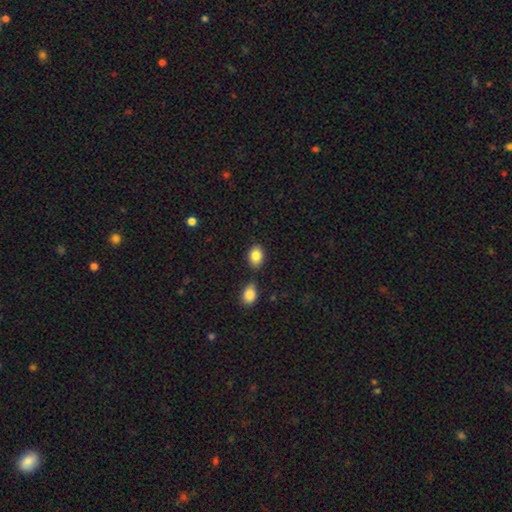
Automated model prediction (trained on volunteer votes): Smooth or featured: smooth — 86% (star or artifact — 8%)
How rounded: in between — 74% (round — 25%)
Merging: none — 71% (minor disturbance — 15%)